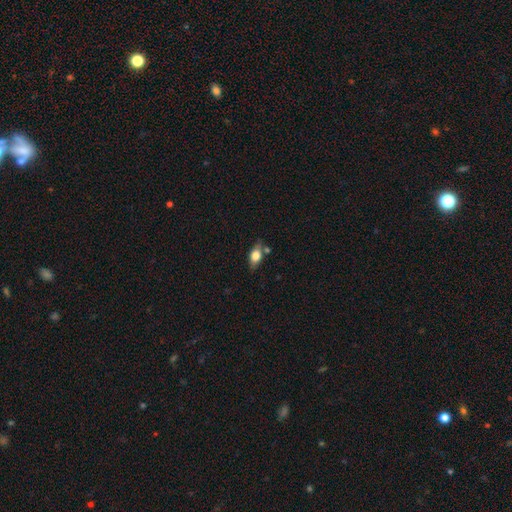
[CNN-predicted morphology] A smooth galaxy with no disk features (68%) that is in between round and cigar-shaped (81%).

Vote fractions:
- Smooth or featured? smooth: 68% / featured or disk: 25% / star or artifact: 8%
- How rounded? in between: 81% / round: 10% / cigar-shaped: 9%
- Merging? none: 66% / minor disturbance: 19% / merger: 9% / major disturbance: 5%